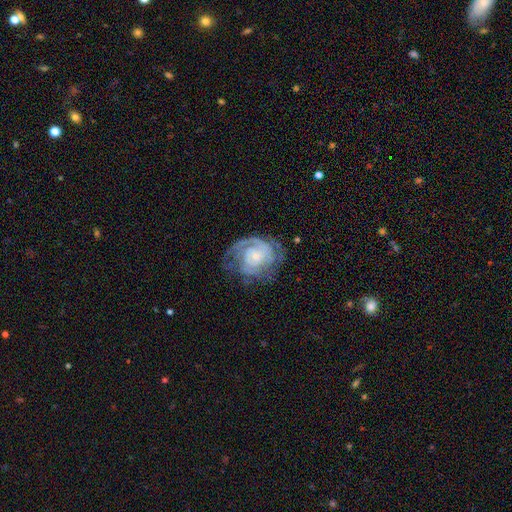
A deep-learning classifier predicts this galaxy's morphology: Q: Smooth or featured?
A: featured or disk (82%); runner-up: smooth (12%)
Q: Edge-on disk?
A: no (98%); runner-up: yes (2%)
Q: Bar?
A: no (66%); runner-up: weak (29%)
Q: Spiral arms?
A: yes (92%); runner-up: no (8%)
Q: Spiral winding?
A: tight (60%); runner-up: medium (31%)
Q: Spiral arm count?
A: 2 (34%); runner-up: can't tell (30%)
Q: Bulge size?
A: small (44%); runner-up: moderate (31%)
Q: Merging?
A: none (61%); runner-up: minor disturbance (21%)